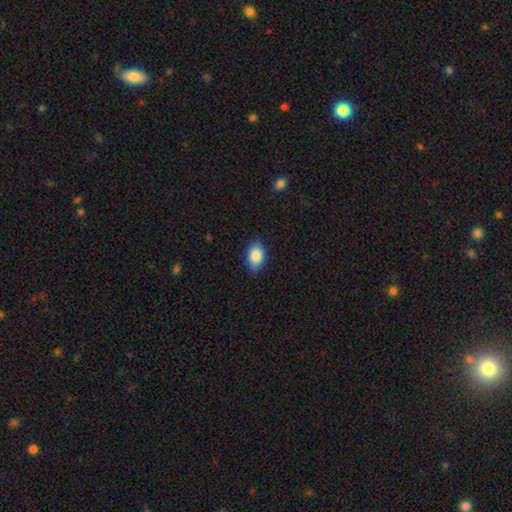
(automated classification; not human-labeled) Morphology: type=smooth (87%); roundness=in between (89%); merging=none (79%).